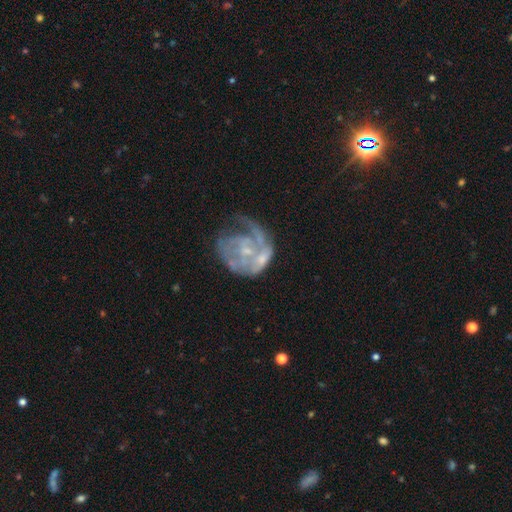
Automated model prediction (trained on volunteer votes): smooth-or-featured: featured or disk: 74% | smooth: 18% | star or artifact: 8%
  disk-edge-on: no: 98% | yes: 2%
    bar: no: 72% | weak: 23% | strong: 5%
    has-spiral-arms: yes: 63% | no: 37%
    bulge-size: small: 52% | none: 26% | moderate: 18% | large: 2% | dominant: 1%
  merging: major disturbance: 38% | none: 31% | minor disturbance: 19% | merger: 13%